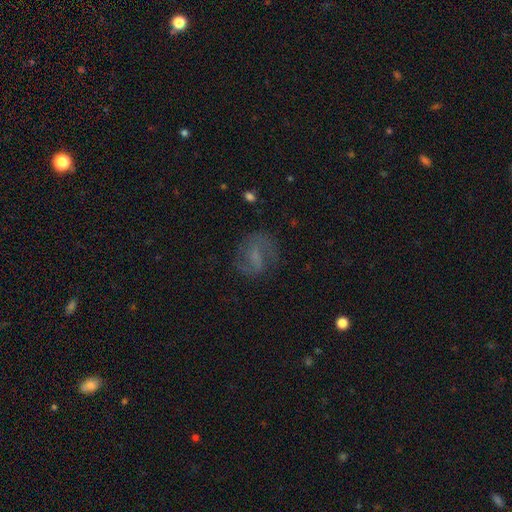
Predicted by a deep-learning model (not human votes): smooth-or-featured: featured or disk: 69% | smooth: 20% | star or artifact: 11%
  disk-edge-on: no: 97% | yes: 3%
    bar: weak: 51% | strong: 26% | no: 23%
    has-spiral-arms: yes: 89% | no: 11%
      spiral-winding: medium: 50% | loose: 31% | tight: 18%
      spiral-arm-count: 2: 84% | can't tell: 8% | 1: 5% | 3: 1% | 4: 1% | more than 4: 1%
    bulge-size: none: 40% | small: 38% | moderate: 18% | large: 3% | dominant: 1%
  merging: none: 73% | minor disturbance: 16% | major disturbance: 10% | merger: 2%